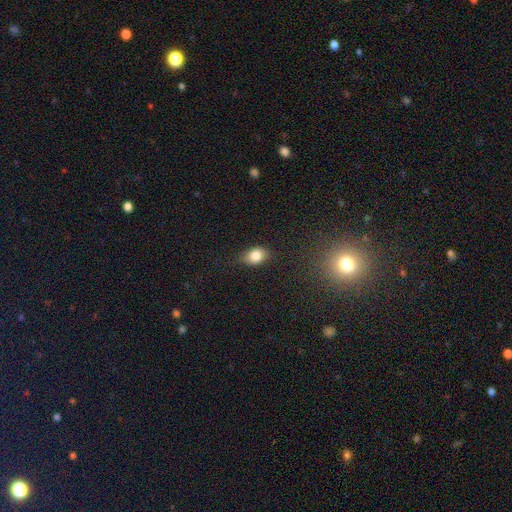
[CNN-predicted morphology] A smooth galaxy with no disk features (81%) that is in between round and cigar-shaped (69%). Merging: none (69%).